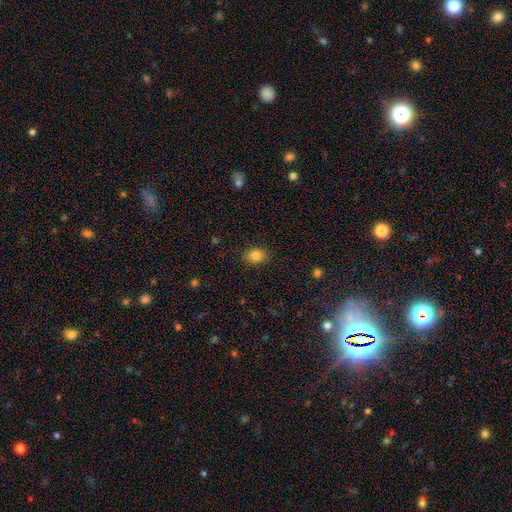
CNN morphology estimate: This is clearly a smooth galaxy (83%). How rounded: possibly in between (59%). Merging: clearly none (88%).